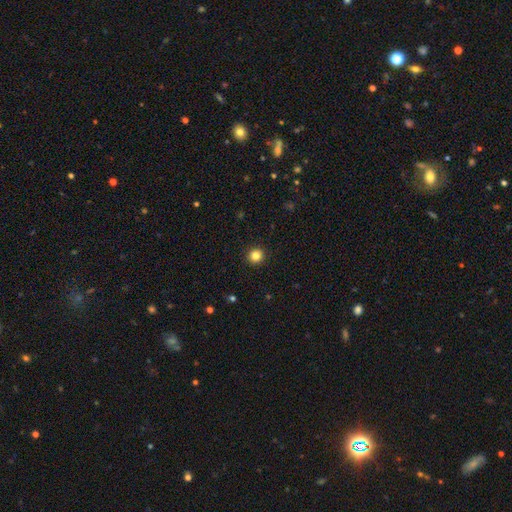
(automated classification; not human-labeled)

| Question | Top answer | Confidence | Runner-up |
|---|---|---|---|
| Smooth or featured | smooth | 84% | star or artifact (12%) |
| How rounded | round | 94% | in between (5%) |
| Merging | none | 93% | minor disturbance (4%) |